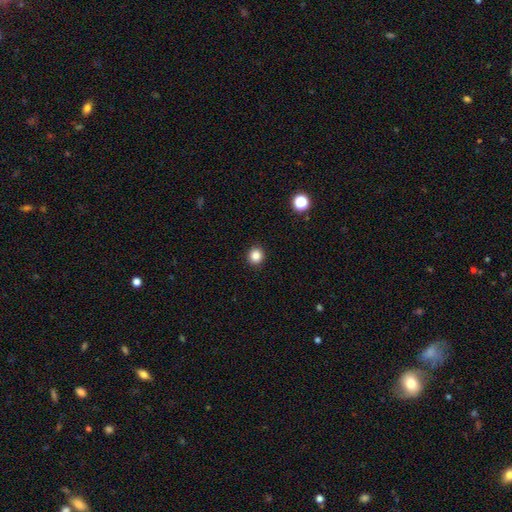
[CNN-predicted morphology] Q: Smooth or featured?
A: smooth (85%); runner-up: star or artifact (11%)
Q: How rounded?
A: round (91%); runner-up: in between (8%)
Q: Merging?
A: none (93%); runner-up: minor disturbance (5%)